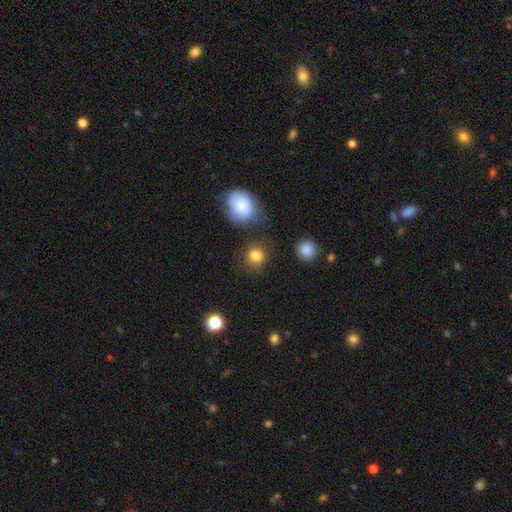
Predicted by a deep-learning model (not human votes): A smooth galaxy with no disk features (84%) that is round (84%). Merging: none (78%).